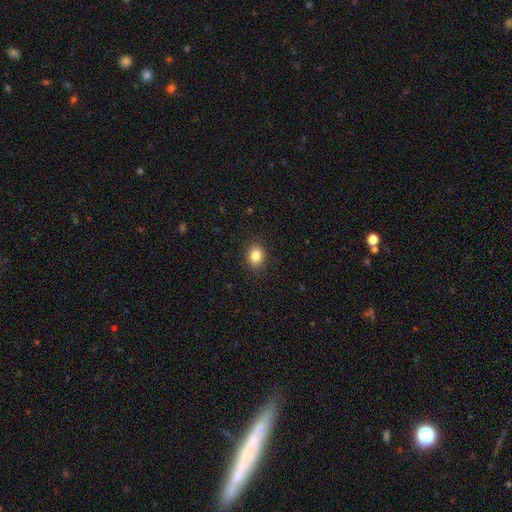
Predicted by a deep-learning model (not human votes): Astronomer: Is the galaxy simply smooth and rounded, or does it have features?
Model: smooth — 84%.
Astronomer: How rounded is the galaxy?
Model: round — 54% (runner-up: in between, 45%).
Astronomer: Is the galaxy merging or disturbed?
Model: none — 89%.